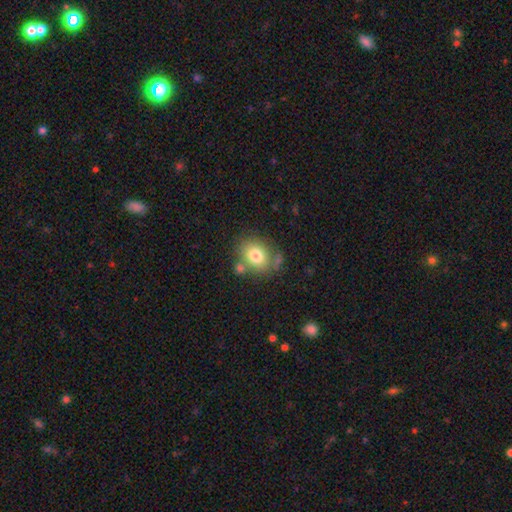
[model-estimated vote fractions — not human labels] smooth 77%, featured or disk 14%, star or artifact 9%. Down the decision tree: how rounded — round (54%); merging — none (63%).